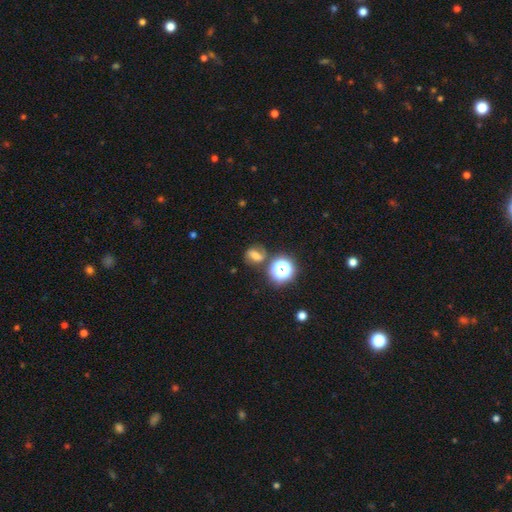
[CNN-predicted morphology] The model was most divided on "how rounded": round: 55%, in between: 42%, cigar-shaped: 3%. More confident: merging — none (69%); smooth or featured — smooth (51%).